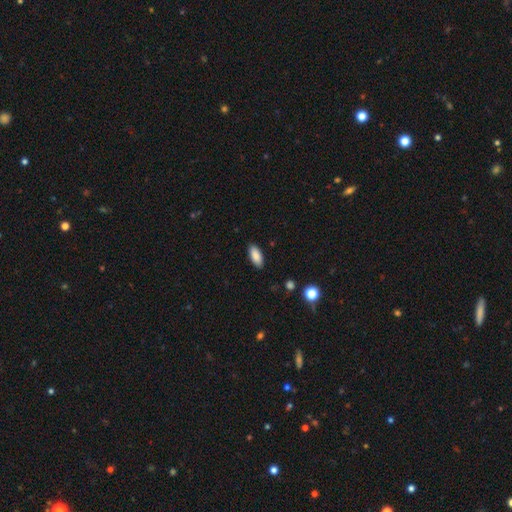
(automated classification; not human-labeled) This is clearly a smooth galaxy (88%). How rounded: clearly in between (85%). Merging: clearly none (88%).